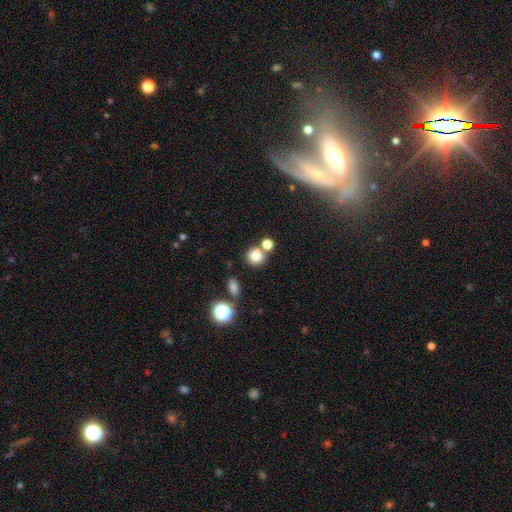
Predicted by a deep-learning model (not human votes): Smooth or featured: smooth — 80% (star or artifact — 13%)
How rounded: round — 88% (in between — 11%)
Merging: none — 64% (merger — 24%)